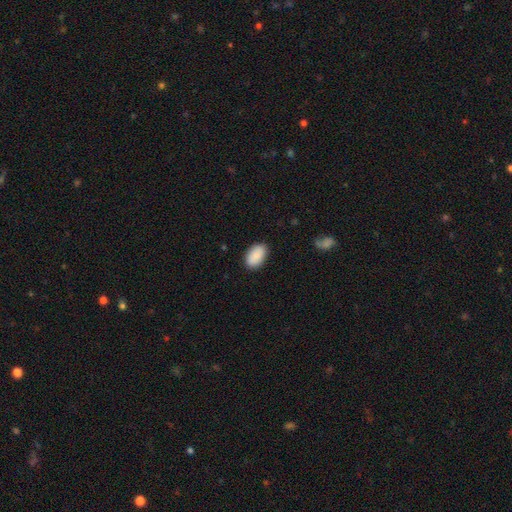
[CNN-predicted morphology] This is clearly a smooth galaxy (89%). How rounded: clearly in between (93%). Merging: clearly none (86%).